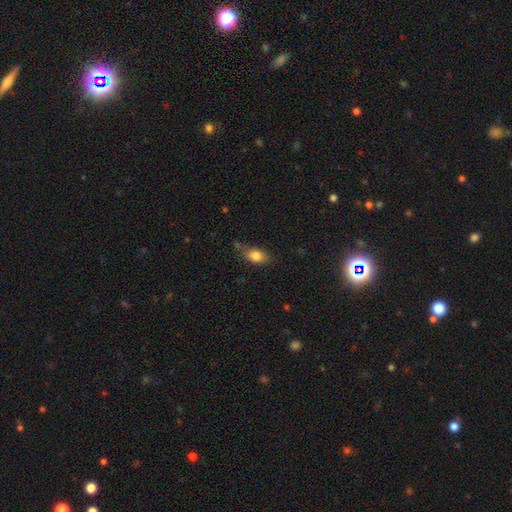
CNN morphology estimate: smooth_or_featured: smooth (p=0.82) [alt: featured or disk p=0.10]
how_rounded: in between (p=0.85) [alt: round p=0.10]
merging: none (p=0.67) [alt: minor disturbance p=0.22]